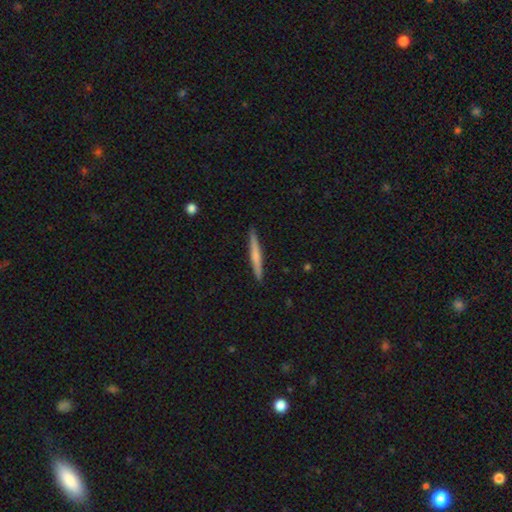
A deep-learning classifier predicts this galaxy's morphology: smooth_or_featured: smooth (p=0.54) [alt: featured or disk p=0.40]
how_rounded: cigar-shaped (p=0.96) [alt: in between p=0.03]
merging: none (p=0.92) [alt: minor disturbance p=0.06]